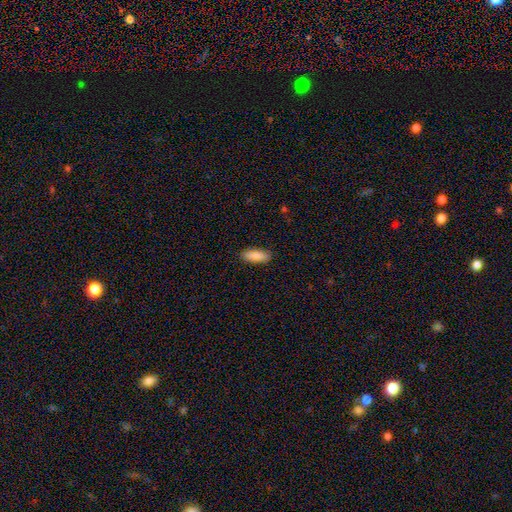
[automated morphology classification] Smooth or featured: smooth — 88% (featured or disk — 6%)
How rounded: in between — 65% (cigar-shaped — 33%)
Merging: none — 89% (minor disturbance — 8%)